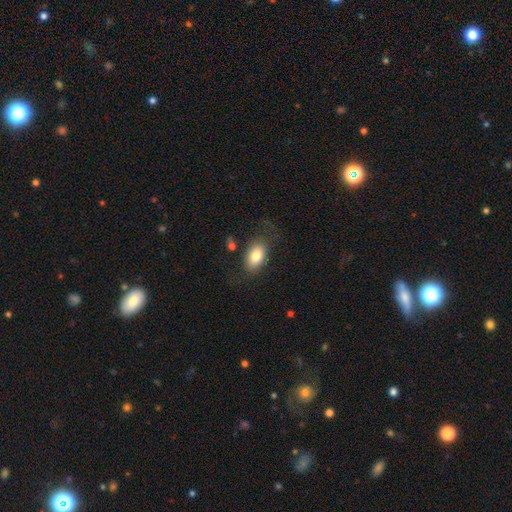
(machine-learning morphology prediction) A smooth galaxy with no disk features (79%) that is in between round and cigar-shaped (90%).

Vote fractions:
- Smooth or featured? smooth: 79% / featured or disk: 14% / star or artifact: 7%
- How rounded? in between: 90% / round: 7% / cigar-shaped: 2%
- Merging? none: 73% / minor disturbance: 16% / major disturbance: 8% / merger: 3%